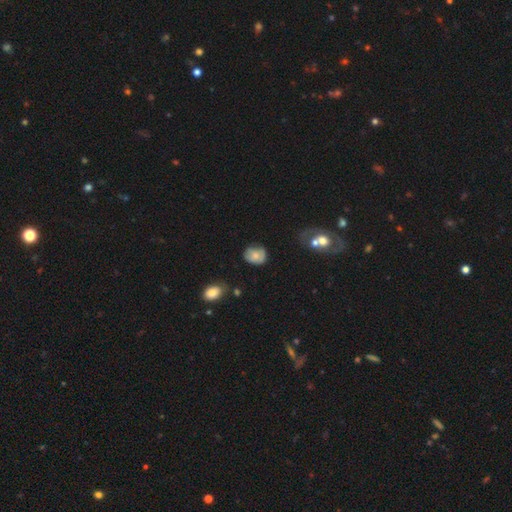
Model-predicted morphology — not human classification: Smooth or featured? smooth (69%)
How rounded? round (51%)
Merging? none (59%)